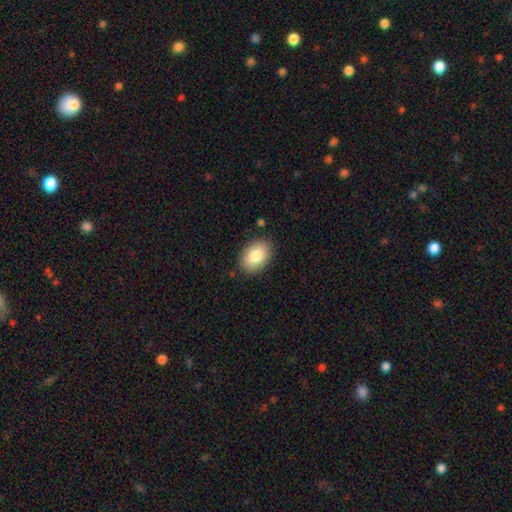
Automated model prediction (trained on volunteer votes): Smooth or featured? Predicted: smooth (p=0.83). How rounded? Predicted: in between (p=0.86). Merging? Predicted: none (p=0.86).